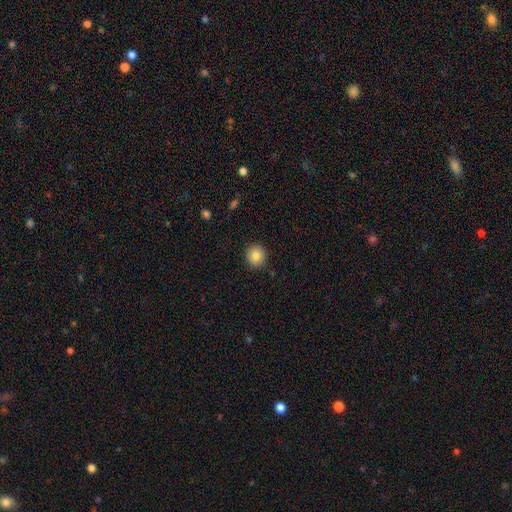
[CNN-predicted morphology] type=smooth (82%); roundness=round (92%); merging=none (91%).